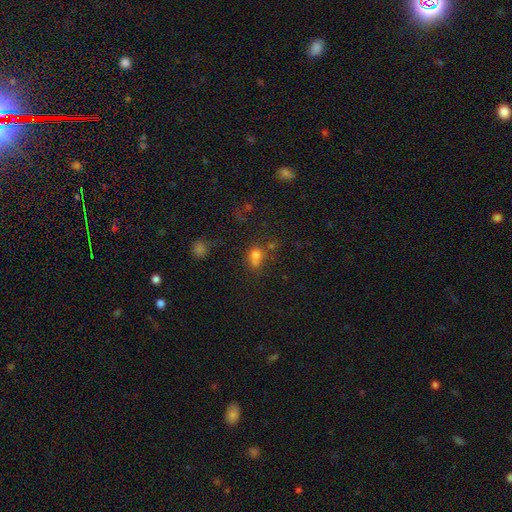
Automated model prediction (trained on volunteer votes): smooth_or_featured: smooth (p=0.70) [alt: star or artifact p=0.19]
how_rounded: round (p=0.59) [alt: in between p=0.40]
merging: none (p=0.41) [alt: merger p=0.32]